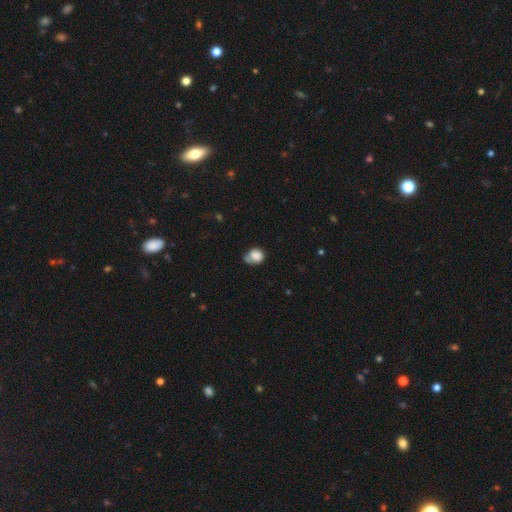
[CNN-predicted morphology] Overall: smooth (81%). How rounded: round (70%). Merging: none (42%; minor disturbance 26%).